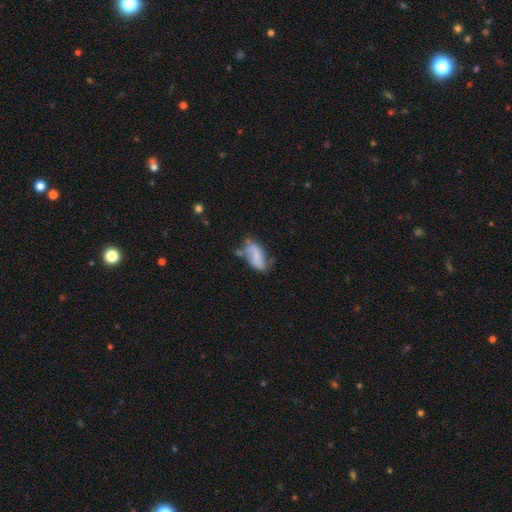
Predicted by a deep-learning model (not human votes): Morphology: type=smooth (55%); roundness=in between (90%); merging=none (42%).